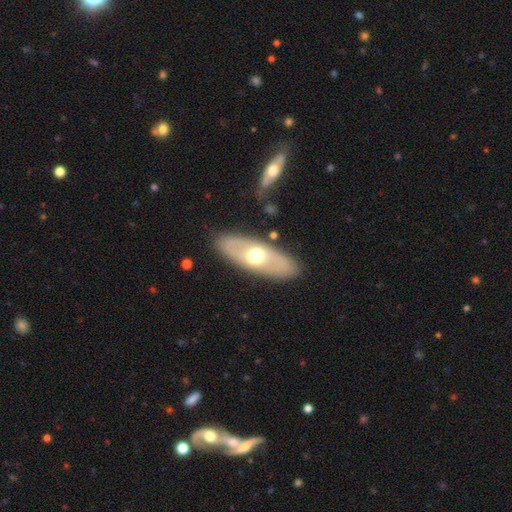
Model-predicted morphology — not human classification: A featured or disk galaxy (48%). Merging: none (85%).